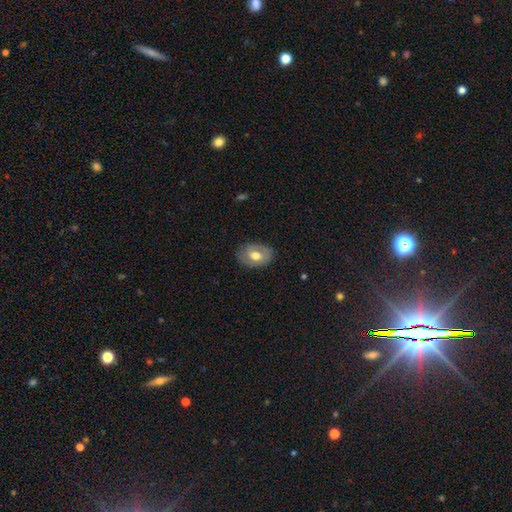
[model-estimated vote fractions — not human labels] Smooth or featured: smooth — 60% (featured or disk — 34%)
How rounded: in between — 79% (round — 20%)
Merging: none — 81% (minor disturbance — 15%)